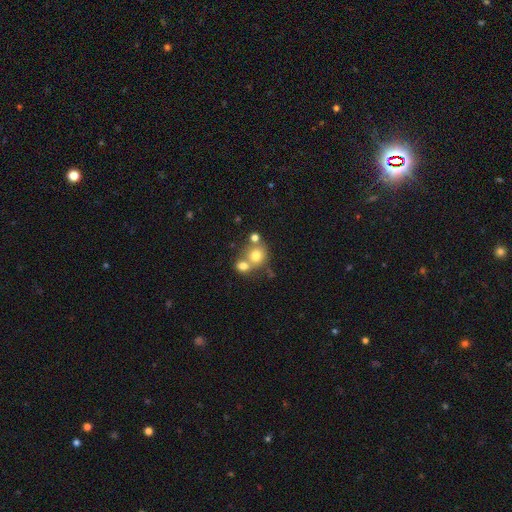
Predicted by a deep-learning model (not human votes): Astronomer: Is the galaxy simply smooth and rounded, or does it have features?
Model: smooth — 73%.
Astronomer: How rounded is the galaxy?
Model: round — 79%.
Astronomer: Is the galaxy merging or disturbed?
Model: merger — 48% (runner-up: none, 41%).